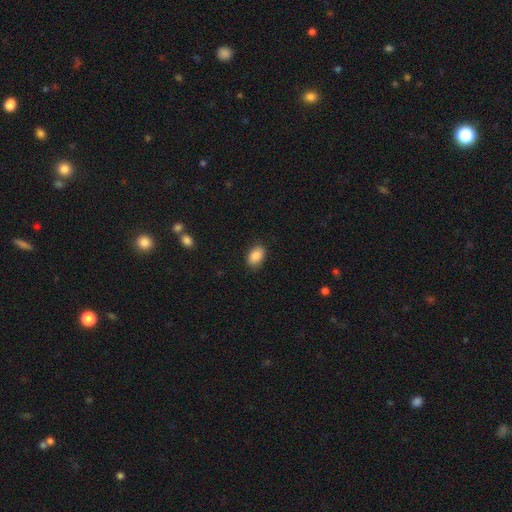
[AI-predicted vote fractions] smooth-or-featured: smooth: 88% | star or artifact: 8% | featured or disk: 4%
  how-rounded: in between: 86% | round: 12% | cigar-shaped: 1%
  merging: none: 86% | minor disturbance: 10% | major disturbance: 2% | merger: 1%